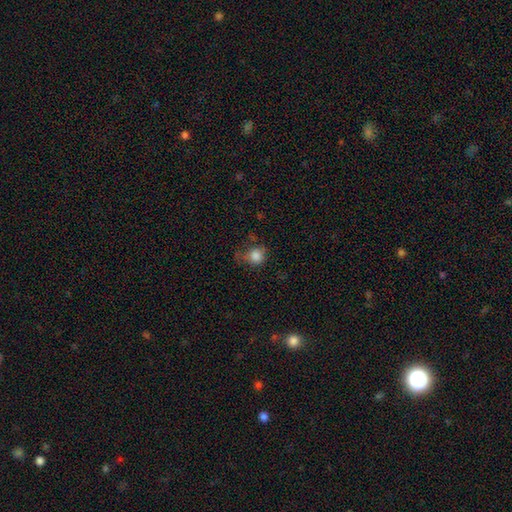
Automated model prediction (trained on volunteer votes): A smooth galaxy with no disk features (84%) that is round (80%). Merging: none (54%).